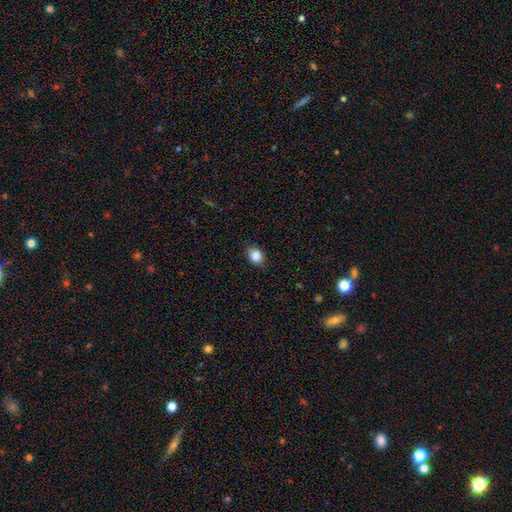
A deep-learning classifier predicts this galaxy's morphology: Overall: smooth (86%). How rounded: in between (59%; round 40%). Merging: none (83%).